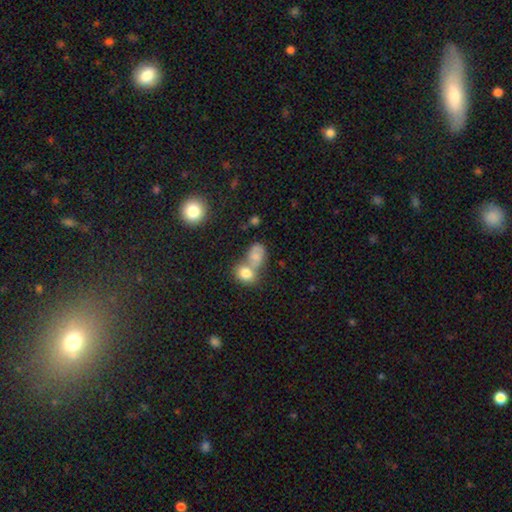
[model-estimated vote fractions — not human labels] smooth-or-featured: smooth: 68% | featured or disk: 19% | star or artifact: 12%
  how-rounded: in between: 66% | round: 32% | cigar-shaped: 2%
  merging: merger: 54% | none: 28% | minor disturbance: 11% | major disturbance: 6%